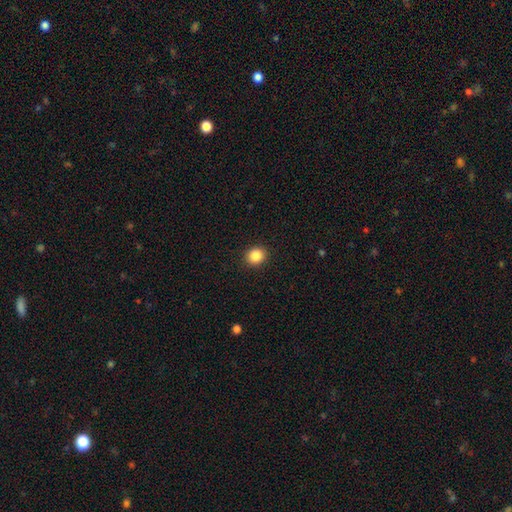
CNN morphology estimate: smooth 86%, star or artifact 10%, featured or disk 4%. Down the decision tree: how rounded — round (76%); merging — none (92%).